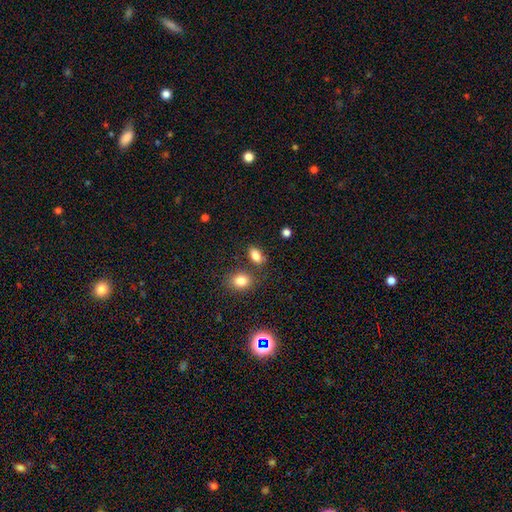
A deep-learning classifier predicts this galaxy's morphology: Q: Smooth or featured?
A: smooth (83%); runner-up: star or artifact (9%)
Q: How rounded?
A: in between (86%); runner-up: round (11%)
Q: Merging?
A: none (73%); runner-up: merger (12%)